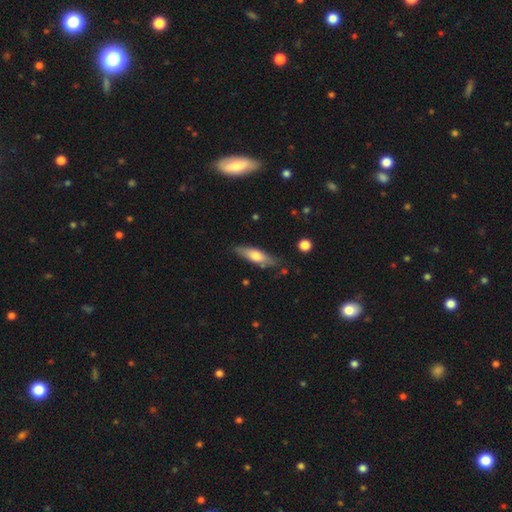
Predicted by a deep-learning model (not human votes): The model was most divided on "how rounded": cigar-shaped: 56%, in between: 42%, round: 2%. More confident: merging — none (77%); smooth or featured — smooth (64%).